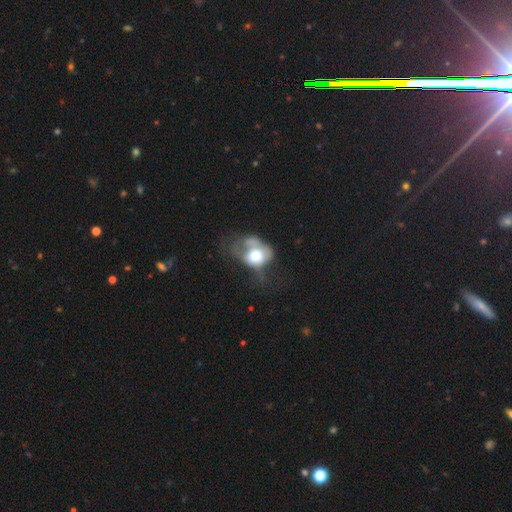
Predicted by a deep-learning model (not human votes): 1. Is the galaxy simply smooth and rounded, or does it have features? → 53% smooth, 38% featured or disk, 9% star or artifact.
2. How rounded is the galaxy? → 63% in between, 36% round, 1% cigar-shaped.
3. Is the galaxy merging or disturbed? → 52% major disturbance, 18% minor disturbance, 16% merger, 15% none.